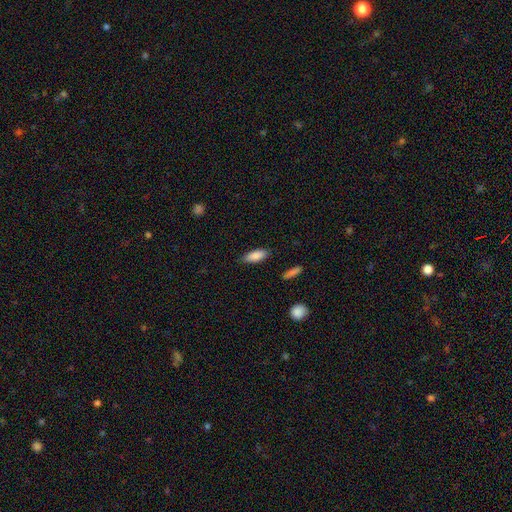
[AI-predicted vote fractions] smooth_or_featured: smooth (p=0.86) [alt: featured or disk p=0.07]
how_rounded: in between (p=0.73) [alt: cigar-shaped p=0.25]
merging: none (p=0.85) [alt: minor disturbance p=0.11]